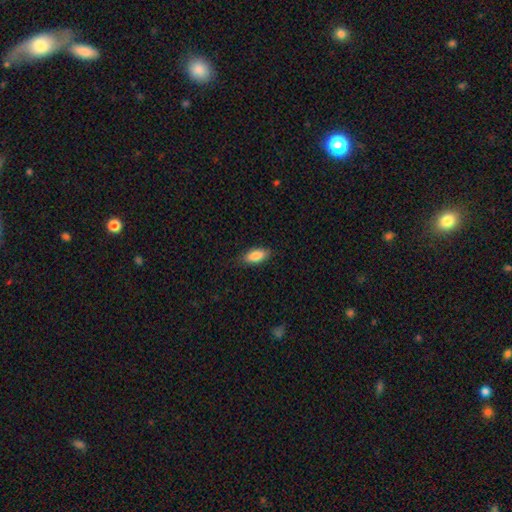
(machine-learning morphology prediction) This is clearly a smooth galaxy (86%). How rounded: clearly in between (85%). Merging: clearly none (84%).